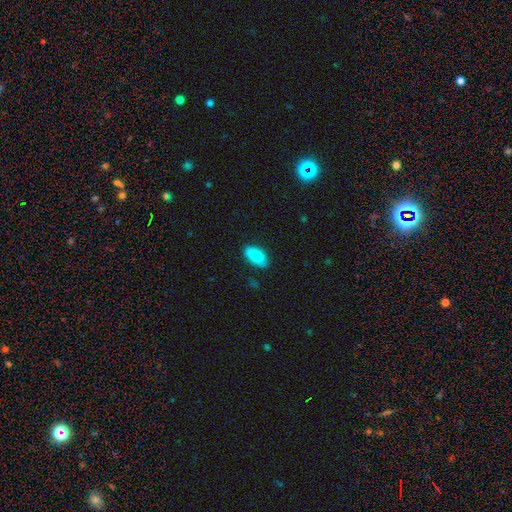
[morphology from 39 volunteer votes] smooth-or-featured: smooth: 90% | featured or disk: 8% | star or artifact: 3%
  how-rounded: in between: 97% | round: 3% | cigar-shaped: 0%
  merging: none: 71% | minor disturbance: 29% | major disturbance: 0% | merger: 0%